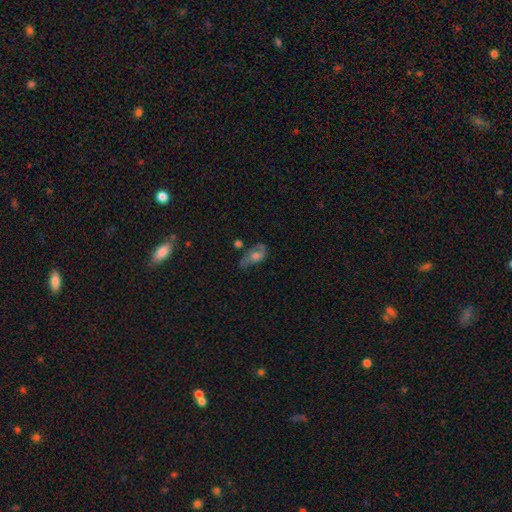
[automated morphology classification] smooth_or_featured: featured or disk (p=0.47) [alt: smooth p=0.42]
merging: none (p=0.47) [alt: minor disturbance p=0.29]